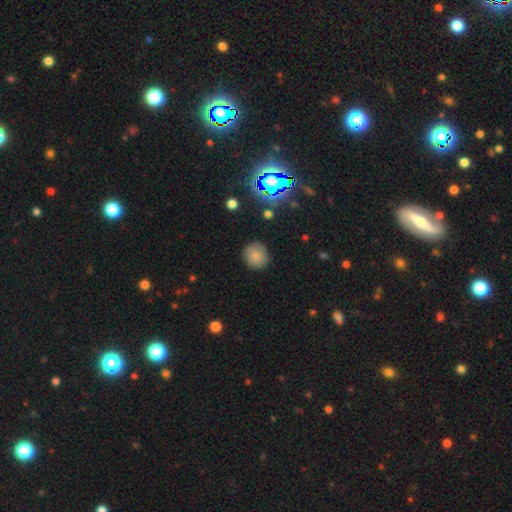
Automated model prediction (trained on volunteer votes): Smooth or featured? Predicted: smooth (p=0.77). How rounded? Predicted: round (p=0.88). Merging? Predicted: none (p=0.82).